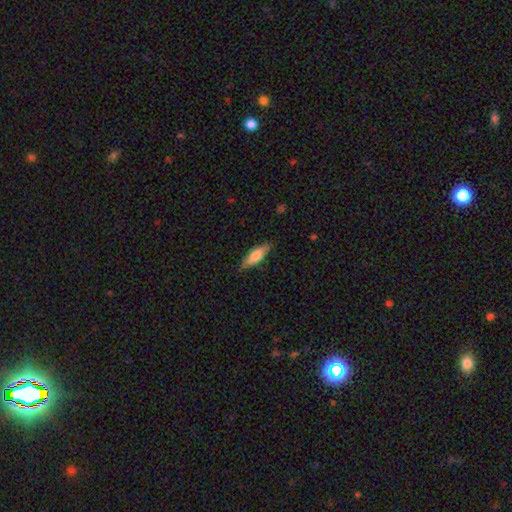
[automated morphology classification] The model was most divided on "how rounded": cigar-shaped: 55%, in between: 43%, round: 2%. More confident: merging — none (84%); smooth or featured — smooth (65%).